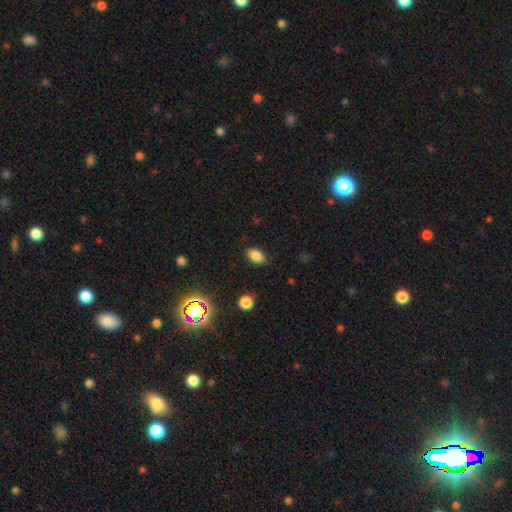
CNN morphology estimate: Q: Smooth or featured?
A: smooth (83%); runner-up: star or artifact (12%)
Q: How rounded?
A: in between (87%); runner-up: round (11%)
Q: Merging?
A: none (84%); runner-up: minor disturbance (12%)